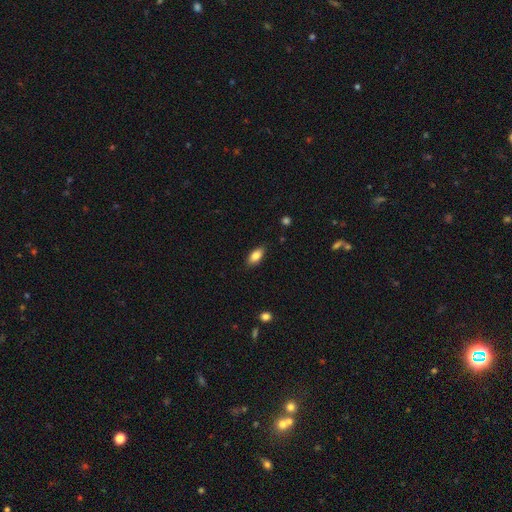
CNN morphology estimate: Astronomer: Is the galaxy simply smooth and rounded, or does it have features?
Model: smooth — 82%.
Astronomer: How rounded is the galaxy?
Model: in between — 87%.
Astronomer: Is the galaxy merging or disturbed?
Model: none — 86%.